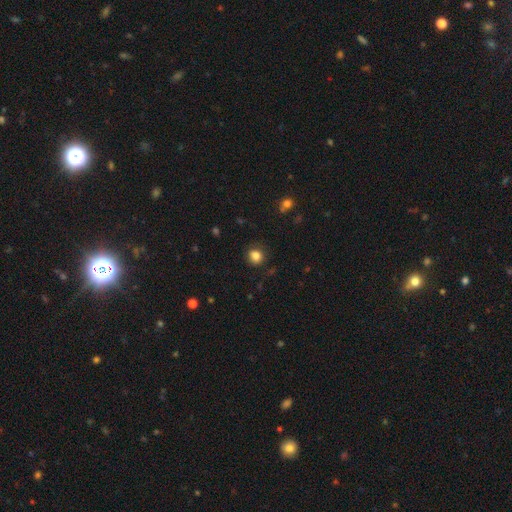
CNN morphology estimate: Smooth or featured?
  - smooth: 84% *
  - star or artifact: 11%
  - featured or disk: 5%
How rounded?
  - round: 82% *
  - in between: 18%
  - cigar-shaped: 1%
Merging?
  - none: 85% *
  - minor disturbance: 10%
  - major disturbance: 3%
  - merger: 1%